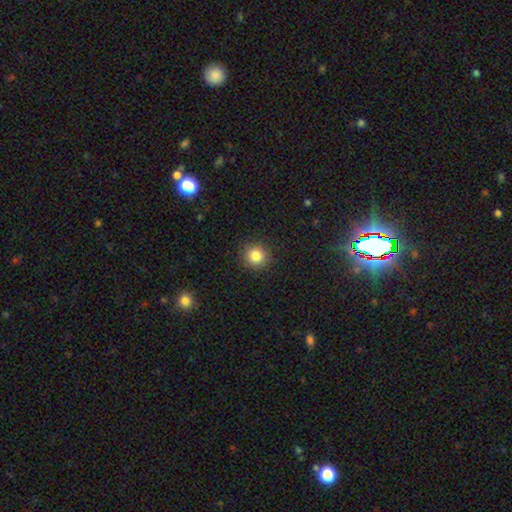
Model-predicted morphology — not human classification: smooth-or-featured: smooth: 84% | star or artifact: 11% | featured or disk: 6%
  how-rounded: round: 93% | in between: 6% | cigar-shaped: 1%
  merging: none: 91% | minor disturbance: 6% | major disturbance: 2% | merger: 1%